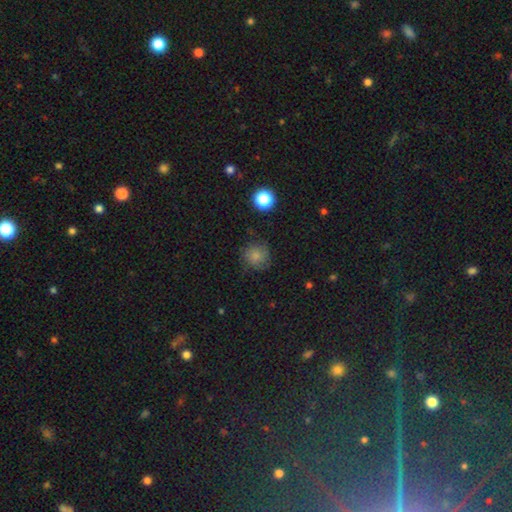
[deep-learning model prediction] smooth 73%, featured or disk 14%, star or artifact 13%. Down the decision tree: how rounded — round (88%); merging — none (71%).